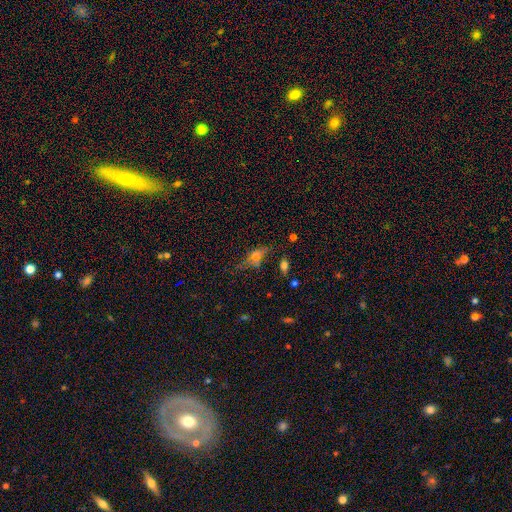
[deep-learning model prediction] smooth 54%, featured or disk 28%, star or artifact 19%. Down the decision tree: how rounded — in between (74%); merging — none (50%).